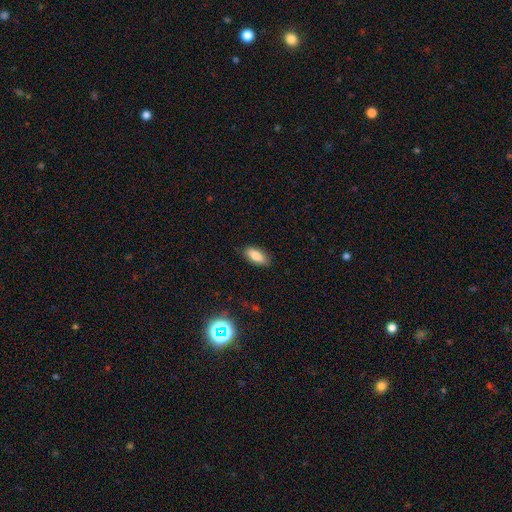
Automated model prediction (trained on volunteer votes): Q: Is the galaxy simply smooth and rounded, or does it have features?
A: smooth — 83%.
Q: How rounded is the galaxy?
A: in between — 84%.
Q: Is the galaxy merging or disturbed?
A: none — 85%.